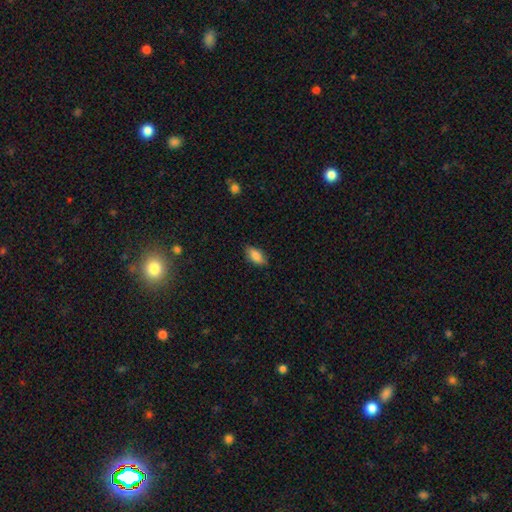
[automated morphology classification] smooth-or-featured: smooth: 85% | featured or disk: 8% | star or artifact: 7%
  how-rounded: in between: 88% | cigar-shaped: 9% | round: 3%
  merging: none: 82% | minor disturbance: 15% | major disturbance: 3% | merger: 1%